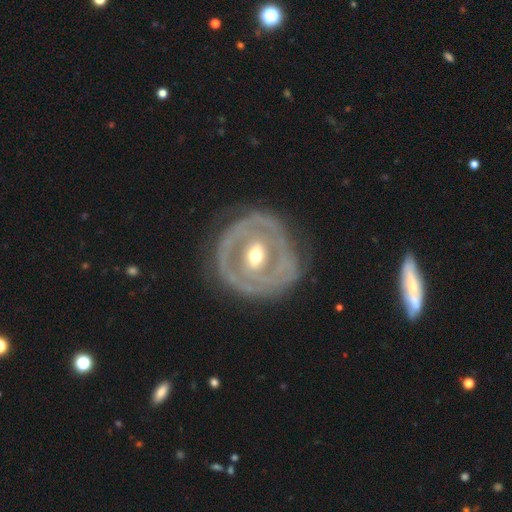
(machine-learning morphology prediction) Smooth or featured: featured or disk — 82% (smooth — 14%)
Edge-on disk: no — 96% (yes — 4%)
Bar: weak — 40% (no — 32%)
Spiral arms: yes — 63% (no — 37%)
Bulge size: moderate — 71% (small — 22%)
Merging: none — 73% (minor disturbance — 17%)